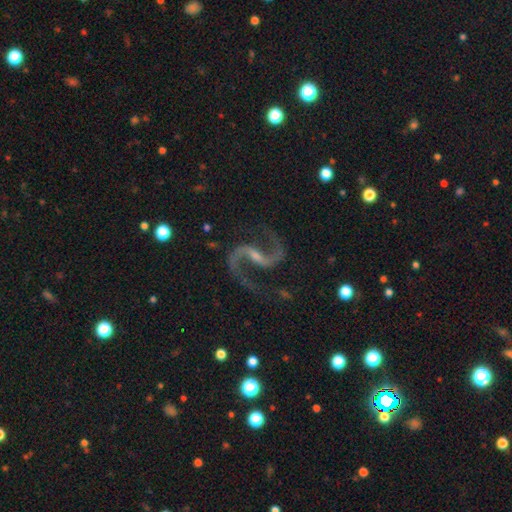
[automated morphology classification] A featured or disk galaxy (94%) with a weak bar (45%), 2 (95%) loose (50%) spiral arms (98%) and a small central bulge (60%). Merging: none (80%).